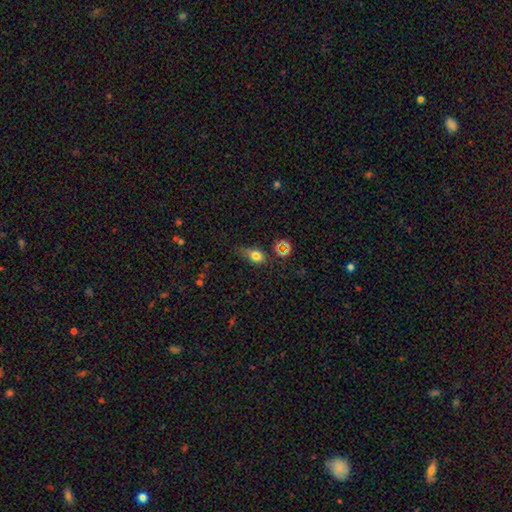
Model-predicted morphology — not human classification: smooth-or-featured: smooth: 71% | star or artifact: 17% | featured or disk: 12%
  how-rounded: in between: 64% | round: 29% | cigar-shaped: 7%
  merging: none: 48% | minor disturbance: 33% | major disturbance: 14% | merger: 5%